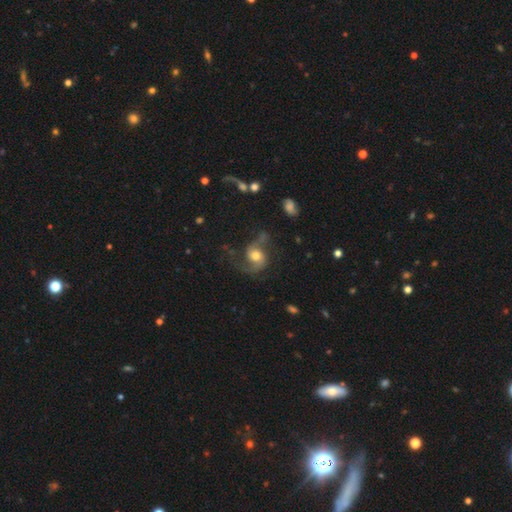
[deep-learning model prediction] A featured or disk galaxy (74%) with no bar (63%), 2 (86%) loose (57%) spiral arms (93%) and a moderate central bulge (63%). Merging: none (56%).